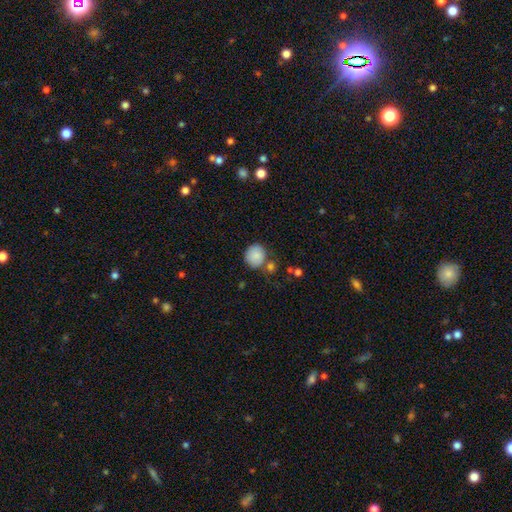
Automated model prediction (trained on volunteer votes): smooth-or-featured: smooth: 86% | star or artifact: 8% | featured or disk: 6%
  how-rounded: round: 83% | in between: 17% | cigar-shaped: 1%
  merging: none: 69% | minor disturbance: 15% | merger: 12% | major disturbance: 4%